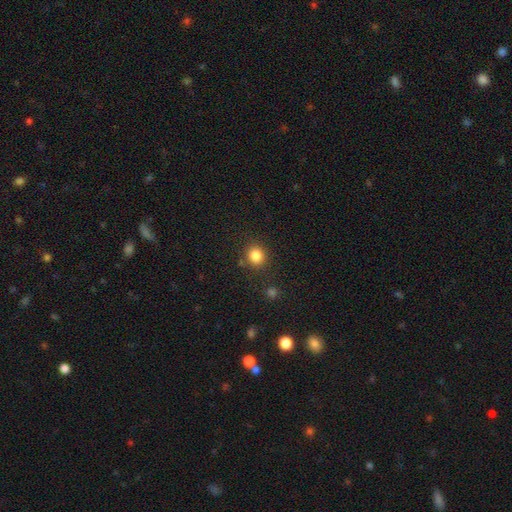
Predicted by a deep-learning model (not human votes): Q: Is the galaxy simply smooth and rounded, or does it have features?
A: smooth — 84%.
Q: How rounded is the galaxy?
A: round — 83%.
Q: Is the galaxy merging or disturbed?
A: none — 84%.